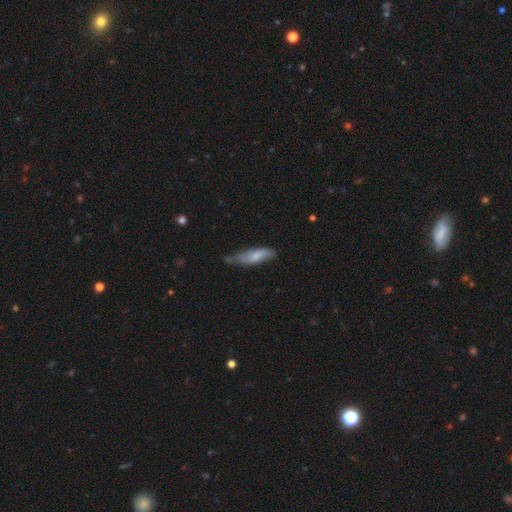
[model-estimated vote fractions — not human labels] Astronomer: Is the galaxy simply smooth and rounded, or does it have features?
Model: smooth — 71%.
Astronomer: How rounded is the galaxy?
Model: cigar-shaped — 59% (runner-up: in between, 39%).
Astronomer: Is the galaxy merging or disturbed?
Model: none — 49% (runner-up: minor disturbance, 37%).